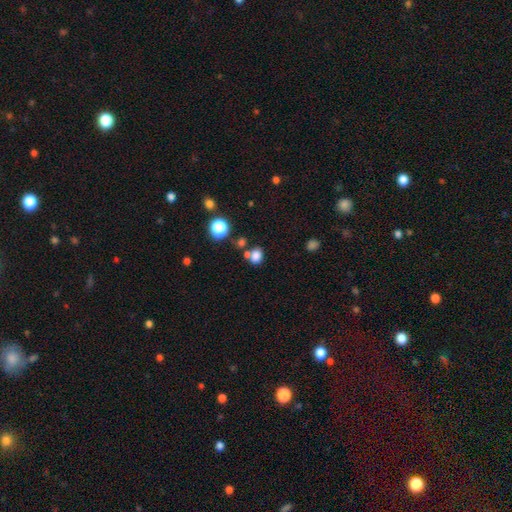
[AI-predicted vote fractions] Q: Smooth or featured?
A: smooth (79%); runner-up: star or artifact (14%)
Q: How rounded?
A: in between (51%); runner-up: round (48%)
Q: Merging?
A: none (57%); runner-up: merger (25%)